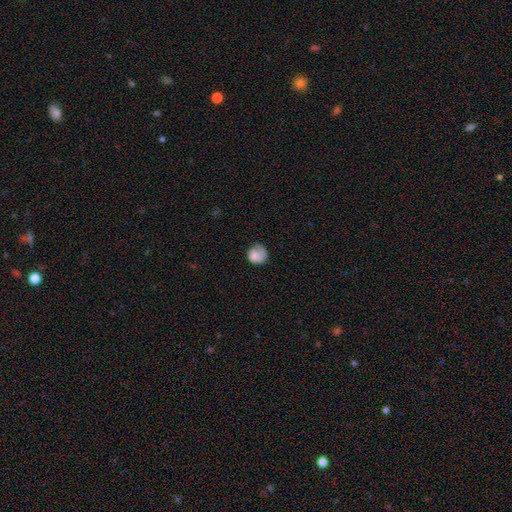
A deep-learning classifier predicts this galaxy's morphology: This appears to be a smooth galaxy with no disk features (64%) that is round (76%). Merging: none (48%).